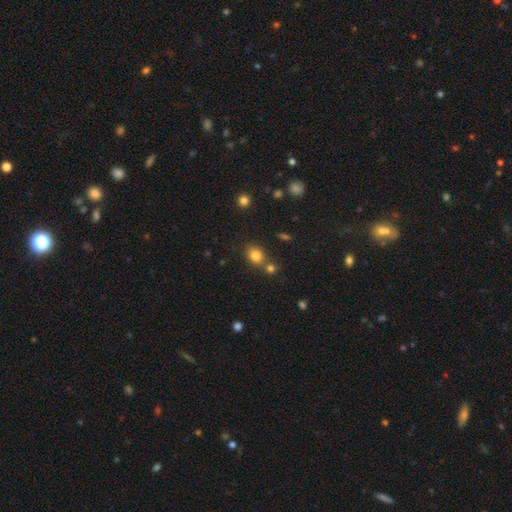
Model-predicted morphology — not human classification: smooth_or_featured: smooth (p=0.81) [alt: star or artifact p=0.12]
how_rounded: round (p=0.58) [alt: in between p=0.41]
merging: none (p=0.65) [alt: merger p=0.21]